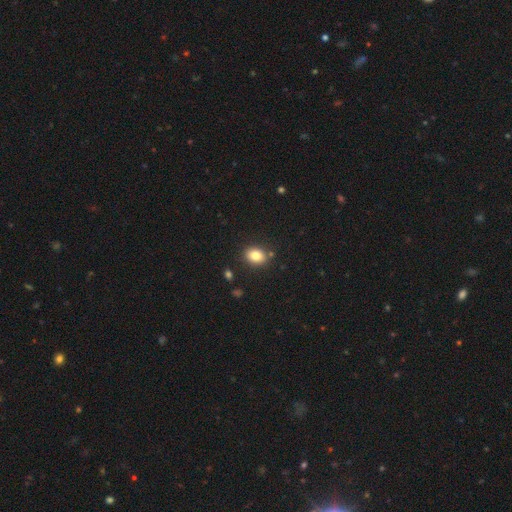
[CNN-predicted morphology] Smooth or featured?
  - smooth: 82% *
  - star or artifact: 10%
  - featured or disk: 8%
How rounded?
  - in between: 61% *
  - round: 38%
  - cigar-shaped: 1%
Merging?
  - none: 83% *
  - minor disturbance: 10%
  - merger: 4%
  - major disturbance: 3%